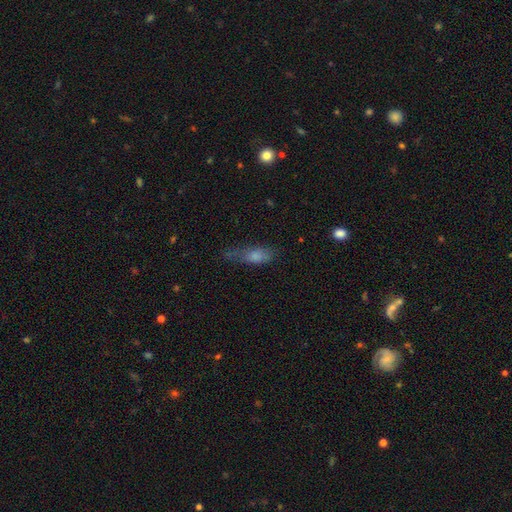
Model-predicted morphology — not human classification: This appears to be a smooth galaxy with no disk features (71%) that is in between round and cigar-shaped (59%). Merging: none (47%).